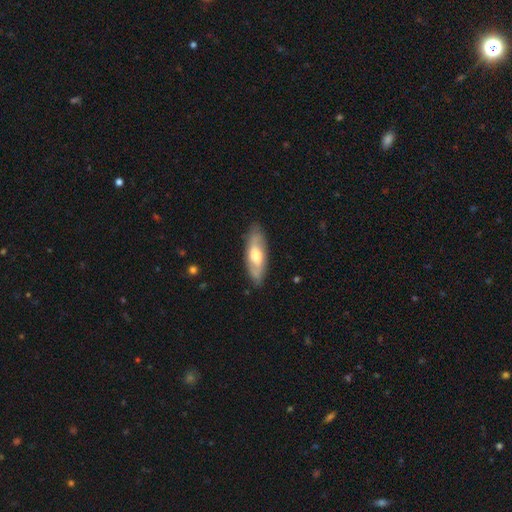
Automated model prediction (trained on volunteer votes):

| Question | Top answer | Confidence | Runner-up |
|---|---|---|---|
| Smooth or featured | smooth | 49% | featured or disk (46%) |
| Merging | none | 83% | minor disturbance (13%) |